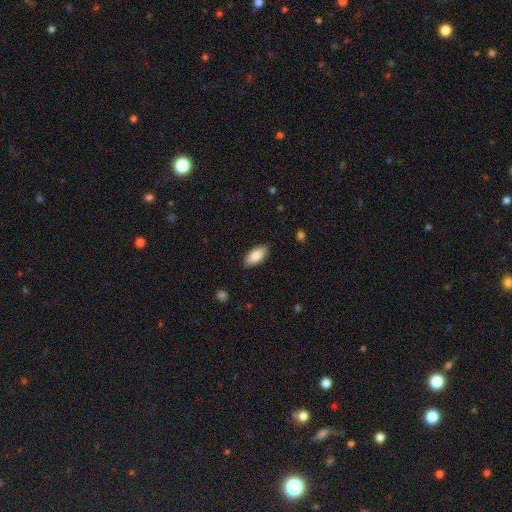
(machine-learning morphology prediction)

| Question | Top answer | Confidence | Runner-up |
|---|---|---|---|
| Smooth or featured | smooth | 84% | featured or disk (9%) |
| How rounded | in between | 90% | cigar-shaped (8%) |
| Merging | none | 86% | minor disturbance (10%) |